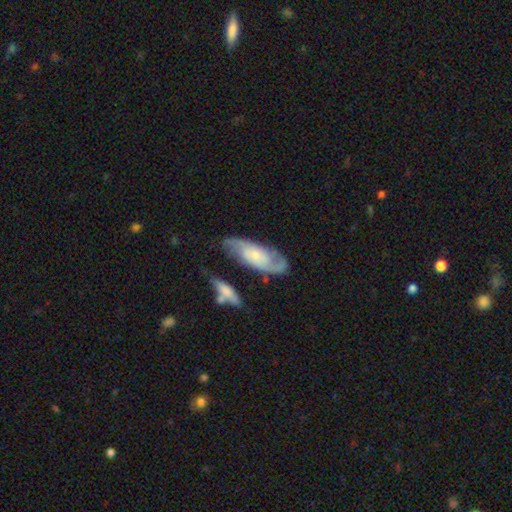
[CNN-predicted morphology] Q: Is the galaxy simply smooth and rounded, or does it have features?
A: featured or disk — 75%.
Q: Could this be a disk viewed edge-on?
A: no — 91%.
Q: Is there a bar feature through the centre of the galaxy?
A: no — 61%.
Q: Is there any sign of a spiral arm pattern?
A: yes — 94%.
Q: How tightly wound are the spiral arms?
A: medium — 47%.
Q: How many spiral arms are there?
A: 2 — 82%.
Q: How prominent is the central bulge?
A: small — 56%.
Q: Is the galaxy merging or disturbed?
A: none — 69%.